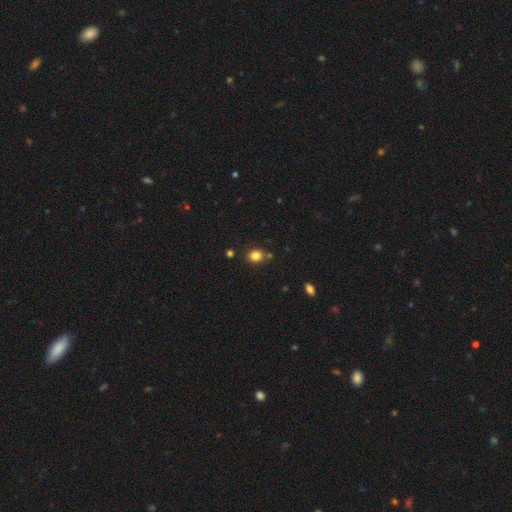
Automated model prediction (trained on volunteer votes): This is clearly a smooth galaxy (82%). How rounded: likely round (69%). Merging: likely none (80%).